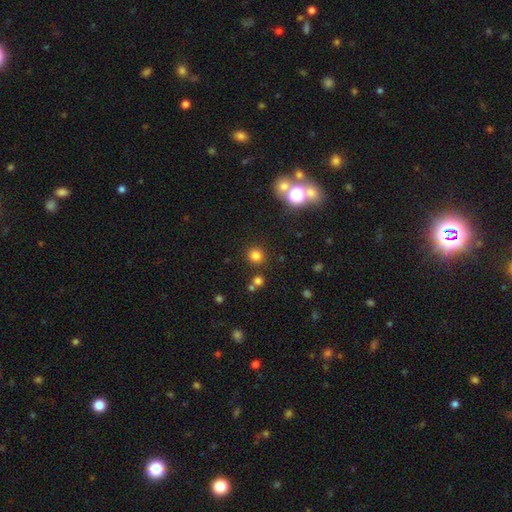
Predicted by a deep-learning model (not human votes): A smooth galaxy with no disk features (78%) that is round (92%).

Vote fractions:
- Smooth or featured? smooth: 78% / star or artifact: 17% / featured or disk: 5%
- How rounded? round: 92% / in between: 7% / cigar-shaped: 1%
- Merging? none: 86% / minor disturbance: 6% / merger: 5% / major disturbance: 3%